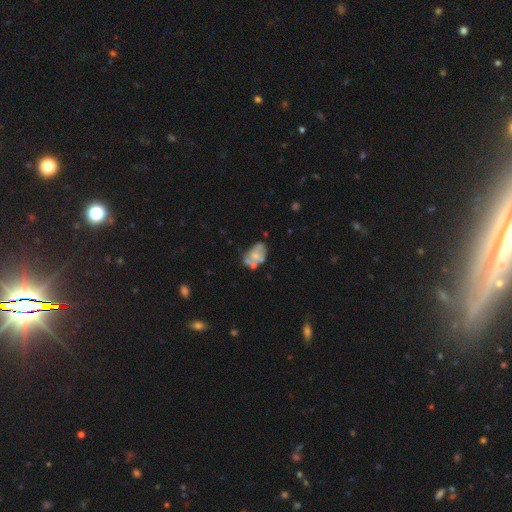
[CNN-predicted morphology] A featured or disk galaxy (48%).

Vote fractions:
- Smooth or featured? featured or disk: 48% / smooth: 44% / star or artifact: 8%
- Merging? none: 36% / minor disturbance: 27% / merger: 22% / major disturbance: 14%